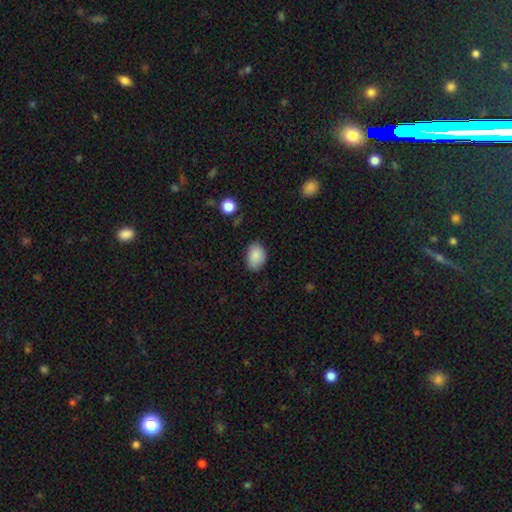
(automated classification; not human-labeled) Smooth or featured: smooth — 88% (star or artifact — 8%)
How rounded: in between — 80% (round — 19%)
Merging: none — 78% (minor disturbance — 17%)